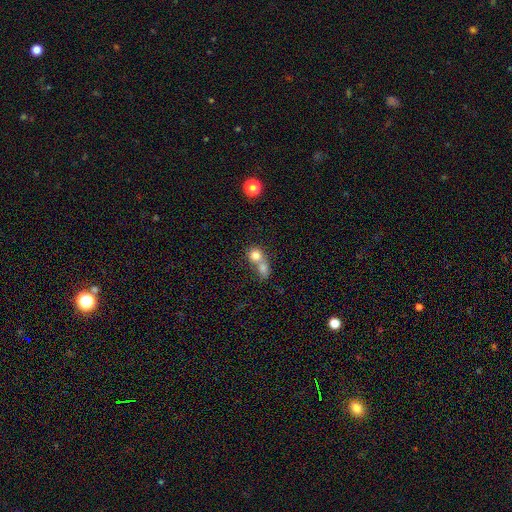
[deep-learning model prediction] The model was most divided on "merging": merger: 68%, none: 24%, minor disturbance: 5%, major disturbance: 3%. More confident: smooth or featured — smooth (76%); how rounded — round (75%).